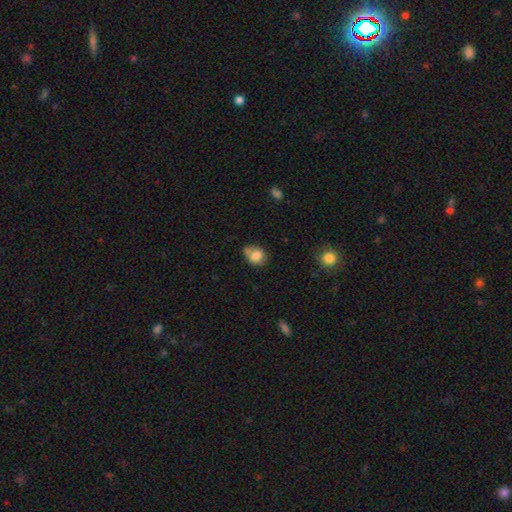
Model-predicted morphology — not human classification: A smooth galaxy with no disk features (79%) that is round (63%). Merging: none (51%).